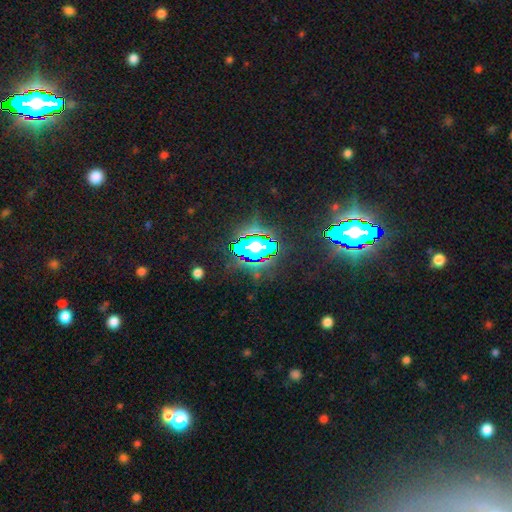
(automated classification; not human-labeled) A star or artifact, not a galaxy (82%).